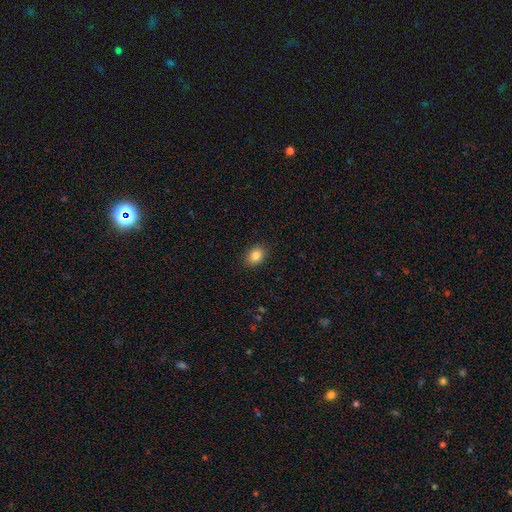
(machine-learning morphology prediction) Q: Smooth or featured?
A: smooth (85%); runner-up: star or artifact (9%)
Q: How rounded?
A: in between (69%); runner-up: round (30%)
Q: Merging?
A: none (89%); runner-up: minor disturbance (8%)